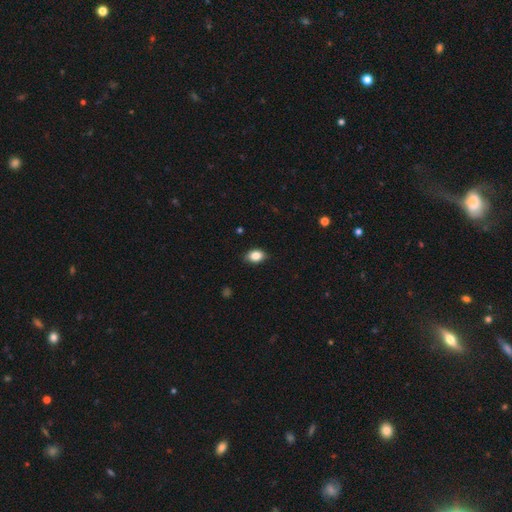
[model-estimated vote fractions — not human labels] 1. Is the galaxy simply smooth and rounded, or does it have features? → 84% smooth, 9% star or artifact, 7% featured or disk.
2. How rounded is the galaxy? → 77% in between, 21% round, 2% cigar-shaped.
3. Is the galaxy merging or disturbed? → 84% none, 13% minor disturbance, 2% major disturbance, 1% merger.